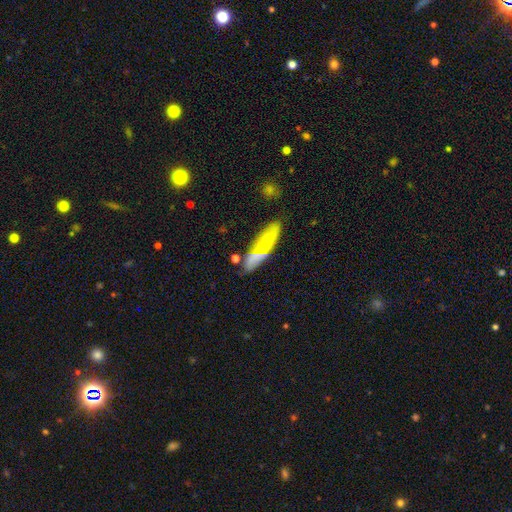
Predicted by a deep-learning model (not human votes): Smooth or featured?
  - smooth: 65% *
  - featured or disk: 23%
  - star or artifact: 12%
How rounded?
  - in between: 57% *
  - cigar-shaped: 38%
  - round: 5%
Merging?
  - none: 68% *
  - minor disturbance: 17%
  - merger: 10%
  - major disturbance: 6%